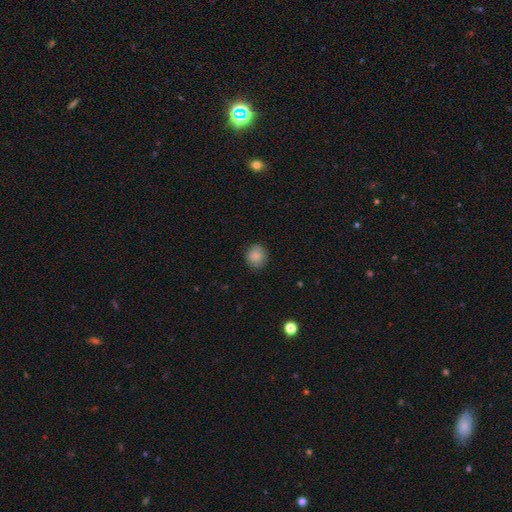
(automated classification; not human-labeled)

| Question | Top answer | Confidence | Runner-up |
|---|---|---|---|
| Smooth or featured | smooth | 87% | star or artifact (8%) |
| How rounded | round | 88% | in between (11%) |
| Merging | none | 86% | minor disturbance (10%) |